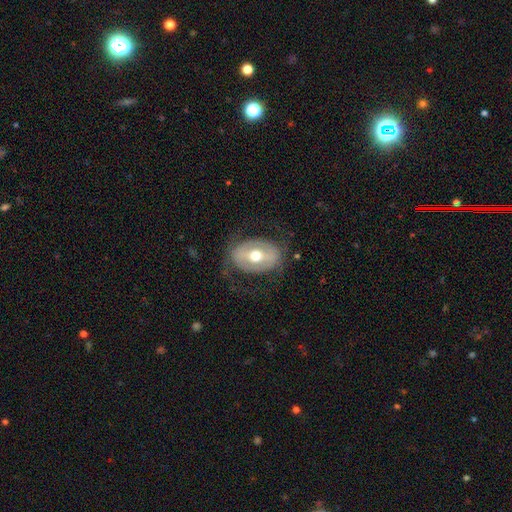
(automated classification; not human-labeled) Overall: featured or disk (60%; smooth 33%). Edge-on disk: no (92%). Bar: strong (36%; no 33%). Spiral arms: no (65%; yes 35%). Bulge size: moderate (75%). Merging: none (68%).